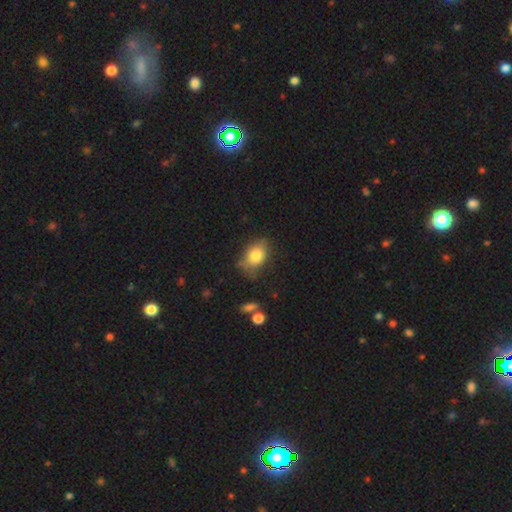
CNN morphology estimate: This is likely a smooth galaxy (78%). How rounded: likely in between (75%). Merging: likely none (62%).